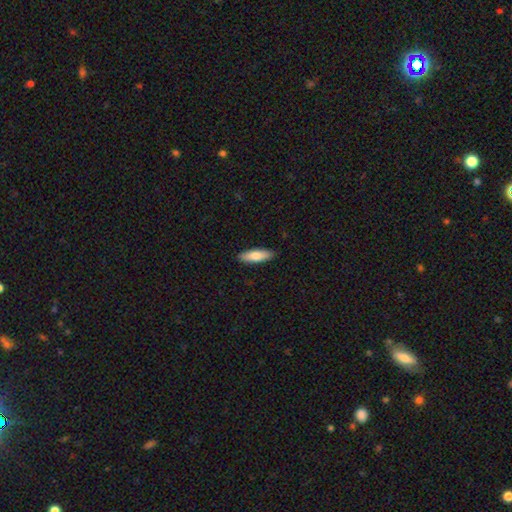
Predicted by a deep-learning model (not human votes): Q: Smooth or featured?
A: smooth (78%); runner-up: featured or disk (17%)
Q: How rounded?
A: in between (52%); runner-up: cigar-shaped (46%)
Q: Merging?
A: none (90%); runner-up: minor disturbance (7%)